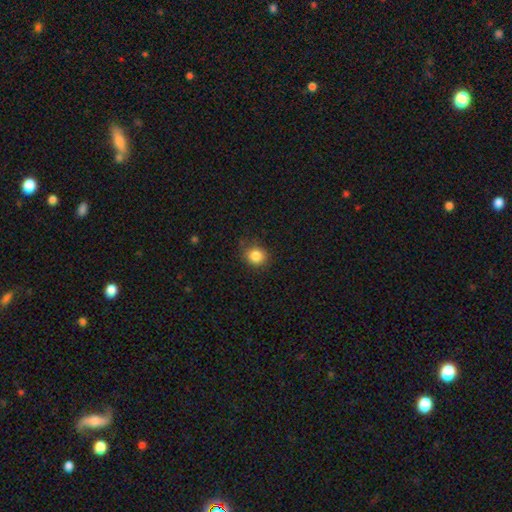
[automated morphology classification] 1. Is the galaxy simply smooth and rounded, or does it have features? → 85% smooth, 11% star or artifact, 5% featured or disk.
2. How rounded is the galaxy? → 84% round, 15% in between, 1% cigar-shaped.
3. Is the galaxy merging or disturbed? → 82% none, 13% minor disturbance, 3% major disturbance, 1% merger.